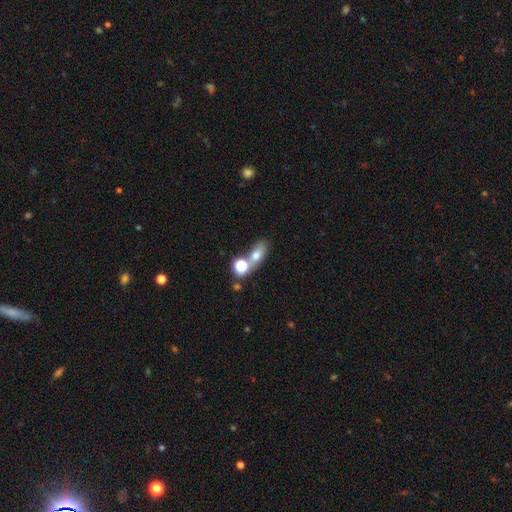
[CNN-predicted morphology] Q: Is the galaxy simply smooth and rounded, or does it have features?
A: smooth — 66%.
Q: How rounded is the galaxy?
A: in between — 65%.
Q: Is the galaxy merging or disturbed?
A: none — 44%.